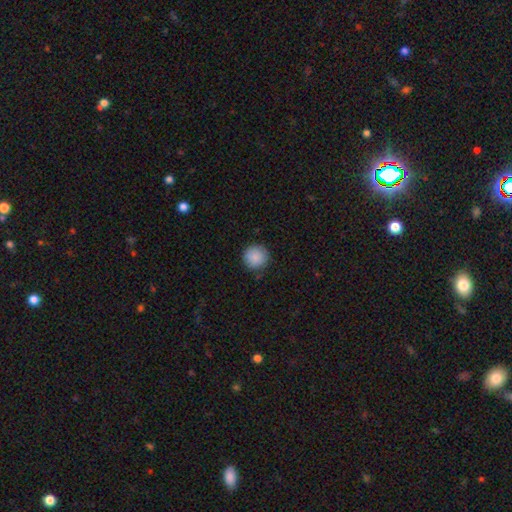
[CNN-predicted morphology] A smooth galaxy with no disk features (89%) that is round (95%).

Vote fractions:
- Smooth or featured? smooth: 89% / star or artifact: 7% / featured or disk: 4%
- How rounded? round: 95% / in between: 4% / cigar-shaped: 1%
- Merging? none: 87% / minor disturbance: 10% / major disturbance: 2% / merger: 1%